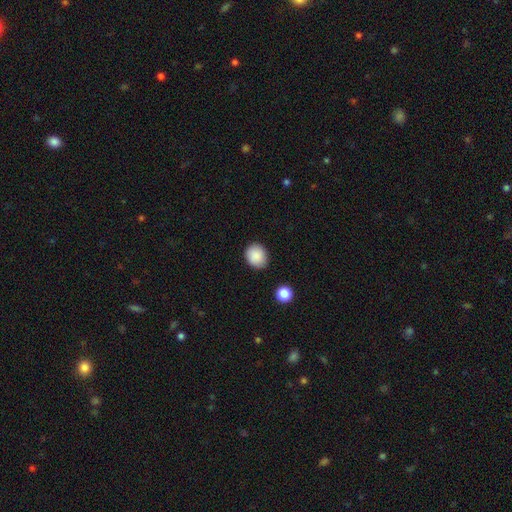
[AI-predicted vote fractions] Smooth or featured: smooth — 88% (star or artifact — 8%)
How rounded: round — 69% (in between — 30%)
Merging: none — 85% (minor disturbance — 10%)